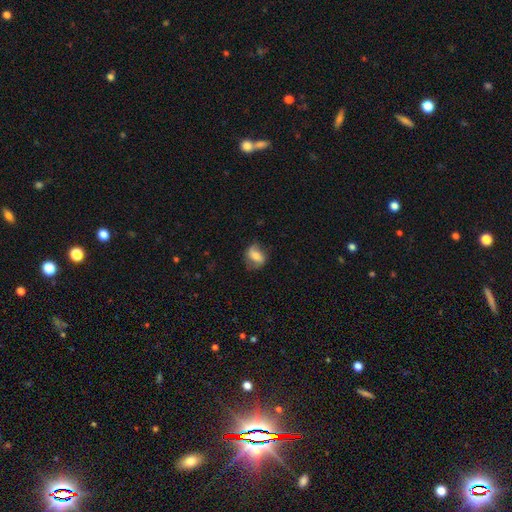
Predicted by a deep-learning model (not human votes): Smooth or featured? Predicted: smooth (p=0.57). How rounded? Predicted: in between (p=0.62). Merging? Predicted: none (p=0.69).